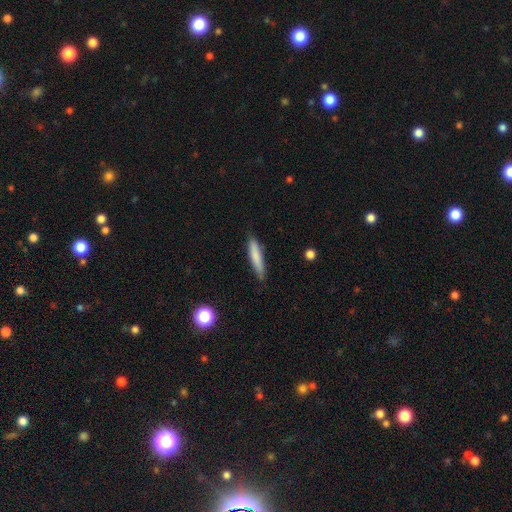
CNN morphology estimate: This appears to be a smooth galaxy with no disk features (79%) that is cigar-shaped (87%). Merging: none (82%).